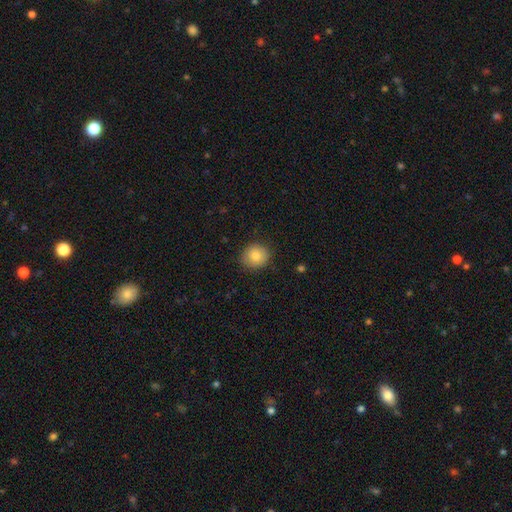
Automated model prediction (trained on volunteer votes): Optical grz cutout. It shows a smooth galaxy with no disk features (83%) that is round (82%). Merging: none (87%).